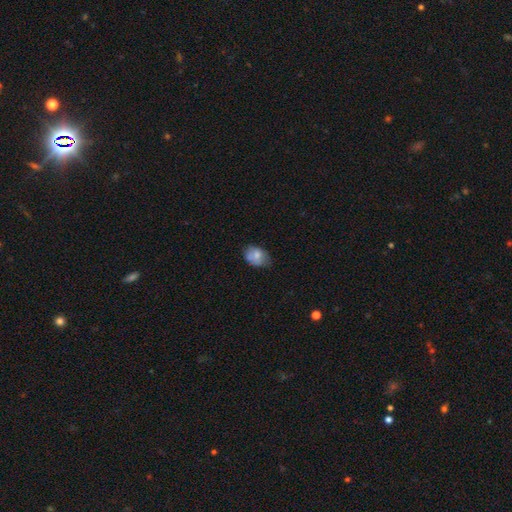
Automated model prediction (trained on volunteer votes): This is likely a smooth galaxy (72%). How rounded: likely in between (70%). Merging: possibly none (53%).